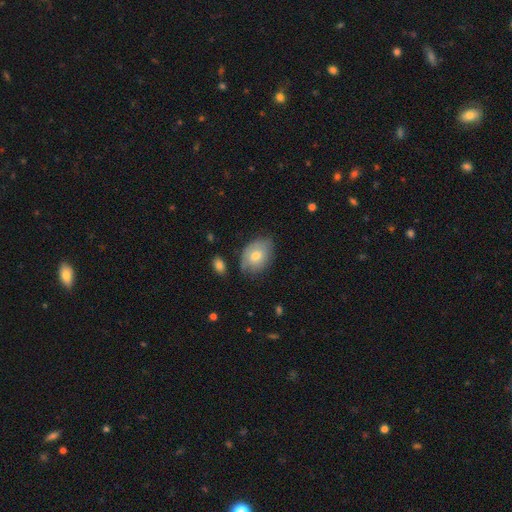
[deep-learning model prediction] A smooth galaxy with no disk features (68%) that is in between round and cigar-shaped (76%). Merging: none (62%).